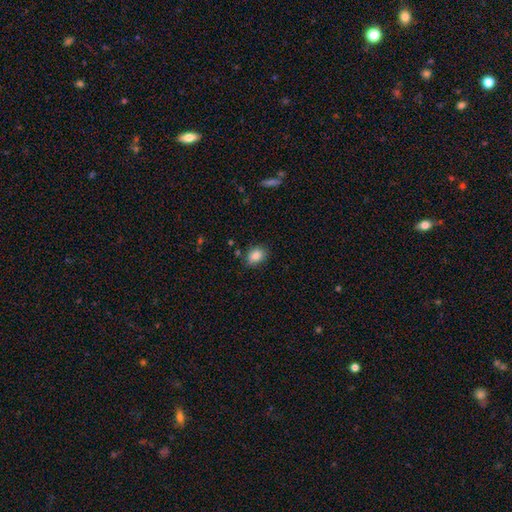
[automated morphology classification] smooth 86%, star or artifact 9%, featured or disk 5%. Down the decision tree: how rounded — in between (73%); merging — none (79%).